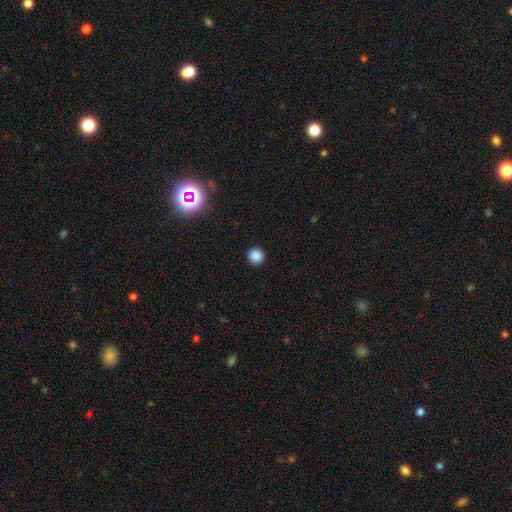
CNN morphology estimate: Overall: smooth (86%). How rounded: round (95%). Merging: none (93%).